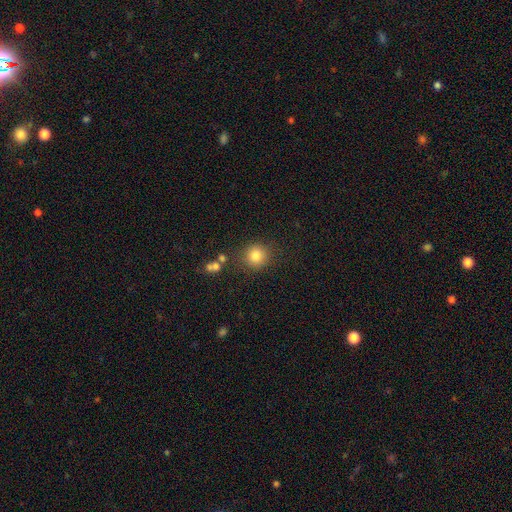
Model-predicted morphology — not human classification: Q: Smooth or featured?
A: smooth (82%); runner-up: star or artifact (12%)
Q: How rounded?
A: round (89%); runner-up: in between (10%)
Q: Merging?
A: none (82%); runner-up: minor disturbance (10%)